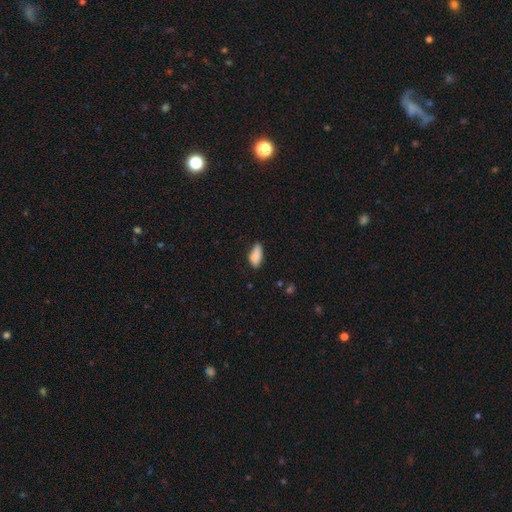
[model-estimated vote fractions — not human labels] Smooth or featured?
  - smooth: 87% *
  - star or artifact: 7%
  - featured or disk: 6%
How rounded?
  - in between: 85% *
  - cigar-shaped: 13%
  - round: 2%
Merging?
  - none: 65% *
  - minor disturbance: 28%
  - major disturbance: 5%
  - merger: 2%